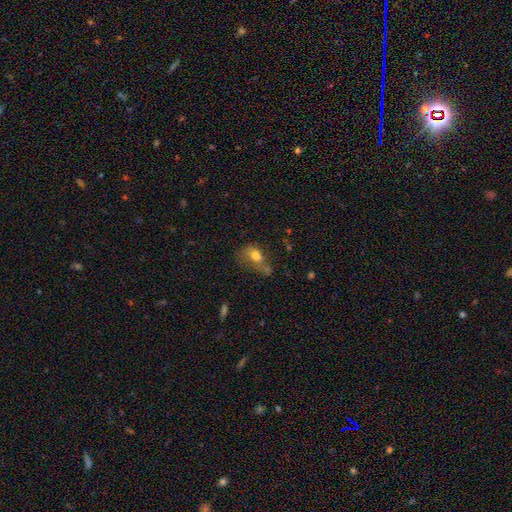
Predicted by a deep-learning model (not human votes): This is likely a smooth galaxy (72%). How rounded: likely in between (70%). Merging: marginally none (29%).